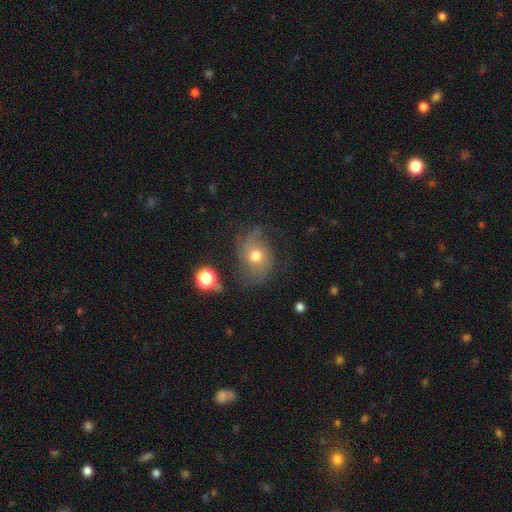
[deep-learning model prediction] Overall: featured or disk (47%; smooth 40%). Merging: none (47%; minor disturbance 26%).